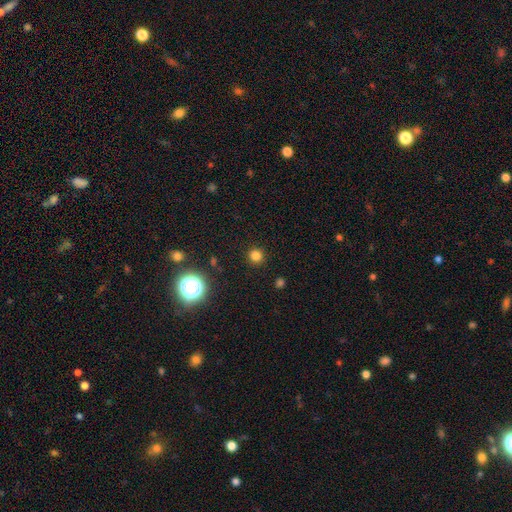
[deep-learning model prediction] smooth-or-featured: smooth: 78% | star or artifact: 17% | featured or disk: 4%
  how-rounded: round: 93% | in between: 6% | cigar-shaped: 1%
  merging: none: 91% | minor disturbance: 6% | major disturbance: 2% | merger: 1%